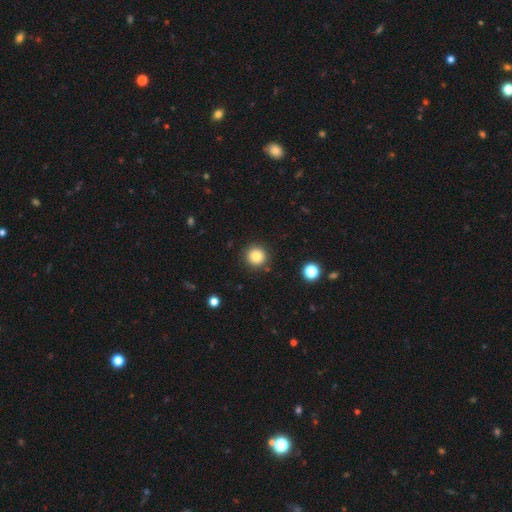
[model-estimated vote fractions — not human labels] smooth_or_featured: smooth (p=0.84) [alt: star or artifact p=0.11]
how_rounded: round (p=0.95) [alt: in between p=0.04]
merging: none (p=0.89) [alt: minor disturbance p=0.07]